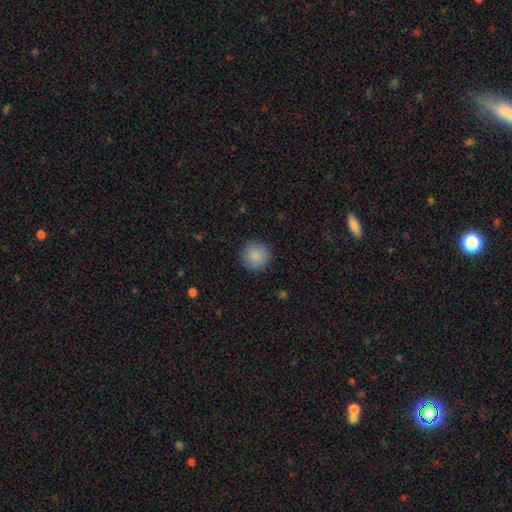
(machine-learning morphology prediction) Smooth or featured? Predicted: smooth (p=0.88). How rounded? Predicted: round (p=0.94). Merging? Predicted: none (p=0.89).